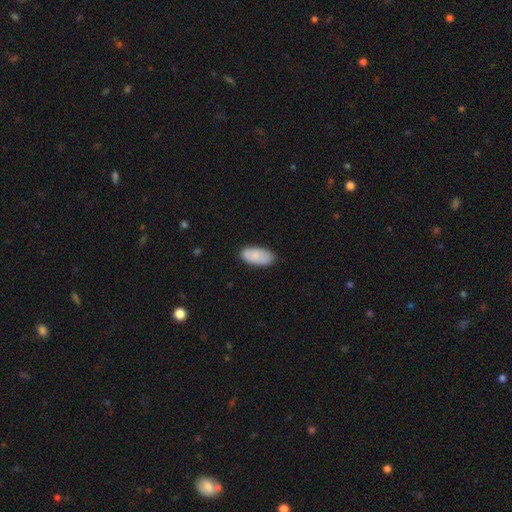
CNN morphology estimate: Smooth or featured?
  - smooth: 86% *
  - featured or disk: 8%
  - star or artifact: 6%
How rounded?
  - in between: 94% *
  - cigar-shaped: 4%
  - round: 2%
Merging?
  - none: 83% *
  - minor disturbance: 14%
  - major disturbance: 2%
  - merger: 1%